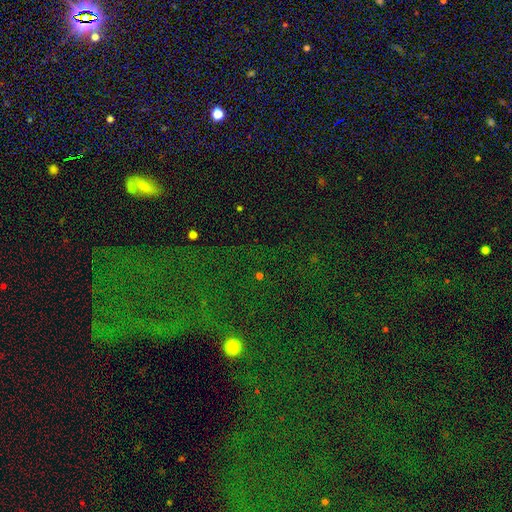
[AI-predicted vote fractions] Morphology: type=star or artifact (77%).